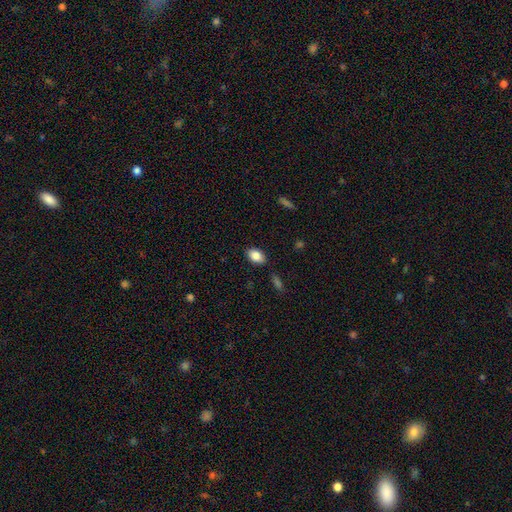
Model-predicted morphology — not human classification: type=smooth (85%); roundness=in between (89%); merging=none (85%).